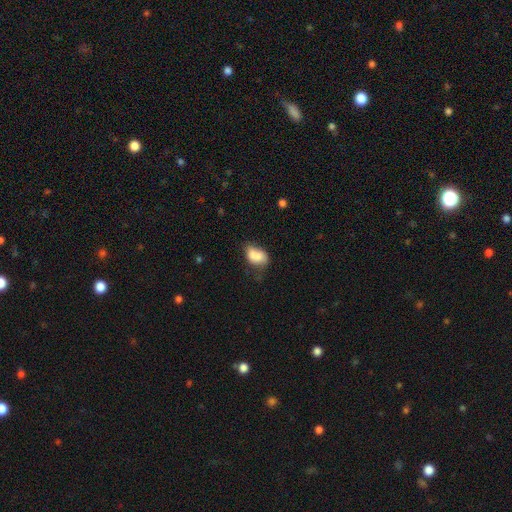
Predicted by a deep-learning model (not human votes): This is likely a smooth galaxy (71%). How rounded: likely in between (79%). Merging: marginally none (32%).